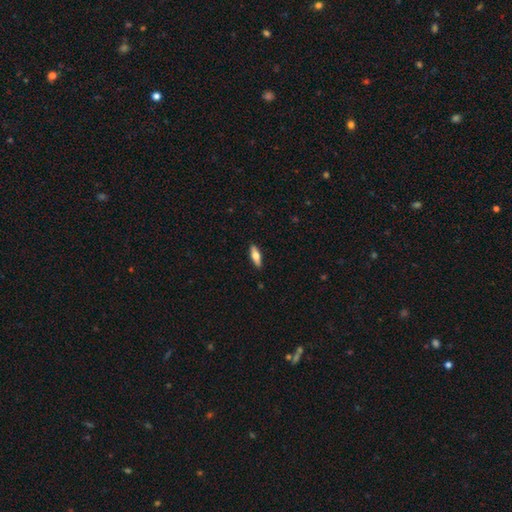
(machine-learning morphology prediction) Smooth or featured?
  - smooth: 59% *
  - featured or disk: 35%
  - star or artifact: 6%
How rounded?
  - in between: 57% *
  - cigar-shaped: 41%
  - round: 3%
Merging?
  - none: 90% *
  - minor disturbance: 8%
  - major disturbance: 2%
  - merger: 1%